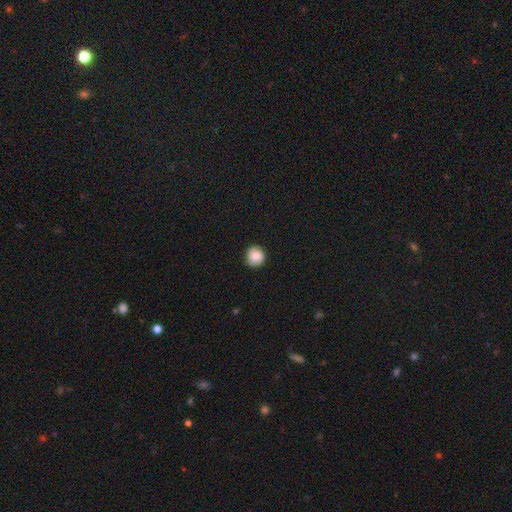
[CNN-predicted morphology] This is likely a smooth galaxy (80%). How rounded: clearly round (91%). Merging: clearly none (86%).